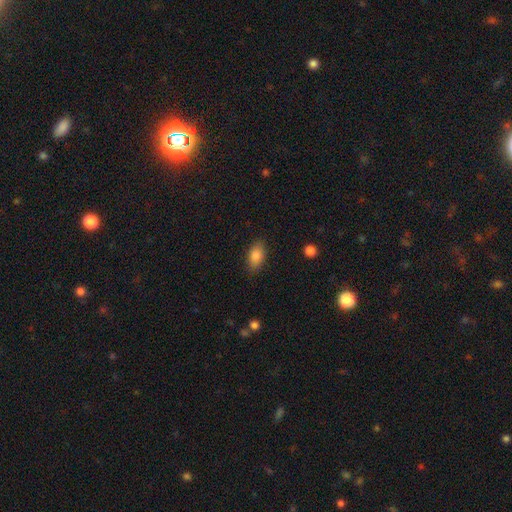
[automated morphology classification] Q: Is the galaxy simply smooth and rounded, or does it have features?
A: smooth — 84%.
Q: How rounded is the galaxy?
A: in between — 89%.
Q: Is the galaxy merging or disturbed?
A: none — 82%.